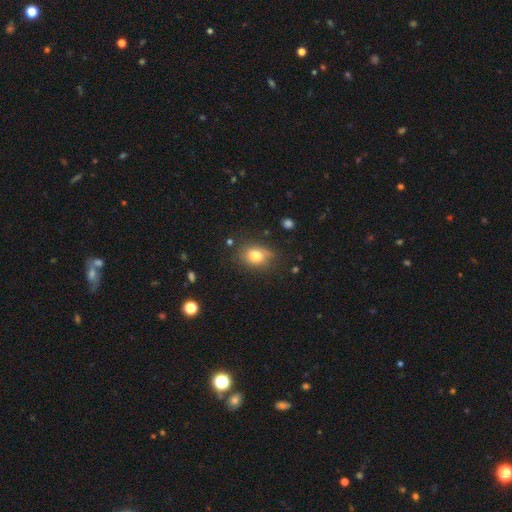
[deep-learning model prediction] smooth_or_featured: smooth (p=0.78) [alt: featured or disk p=0.11]
how_rounded: in between (p=0.59) [alt: round p=0.39]
merging: none (p=0.73) [alt: minor disturbance p=0.19]